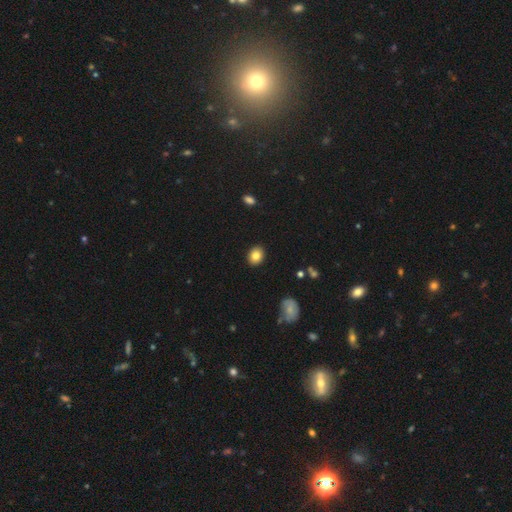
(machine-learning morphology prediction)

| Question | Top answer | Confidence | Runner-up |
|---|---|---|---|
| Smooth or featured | smooth | 83% | star or artifact (9%) |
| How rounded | in between | 51% | round (48%) |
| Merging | none | 90% | minor disturbance (7%) |